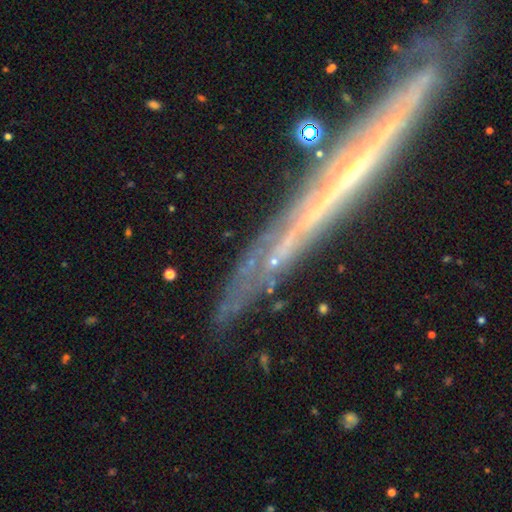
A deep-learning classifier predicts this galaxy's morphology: A featured or disk galaxy (80%) viewed edge-on (91%) with no central bulge (69%).

Vote fractions:
- Smooth or featured? featured or disk: 80% / smooth: 12% / star or artifact: 8%
- Edge-on disk? yes: 91% / no: 9%
- Edge-on bulge? none: 69% / rounded: 26% / boxy: 5%
- Merging? none: 82% / minor disturbance: 13% / major disturbance: 3% / merger: 2%